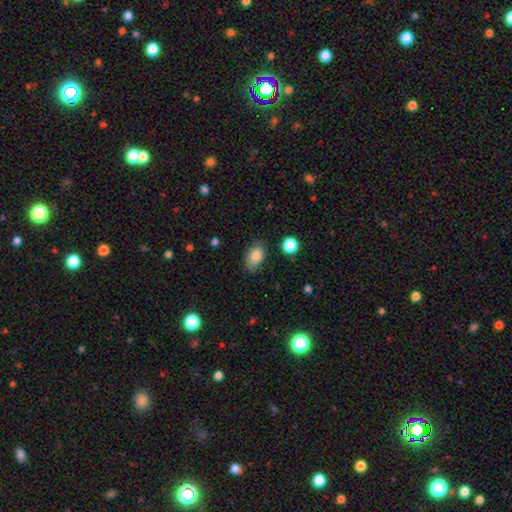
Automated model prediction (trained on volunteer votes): Smooth or featured? Predicted: smooth (p=0.84). How rounded? Predicted: in between (p=0.89). Merging? Predicted: none (p=0.75).